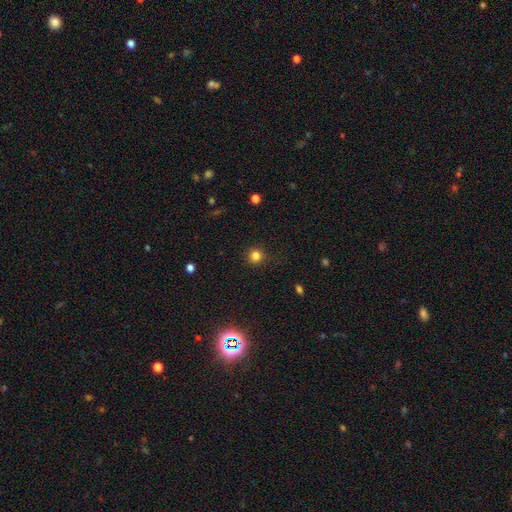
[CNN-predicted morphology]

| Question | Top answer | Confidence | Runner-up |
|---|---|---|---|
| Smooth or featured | smooth | 82% | star or artifact (14%) |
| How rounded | round | 92% | in between (7%) |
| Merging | none | 87% | minor disturbance (9%) |